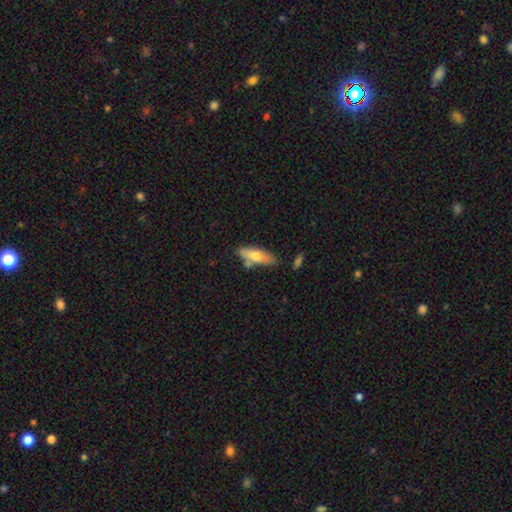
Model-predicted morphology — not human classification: The model was most divided on "how rounded": in between: 53%, cigar-shaped: 44%, round: 2%. More confident: merging — none (67%); smooth or featured — smooth (66%).